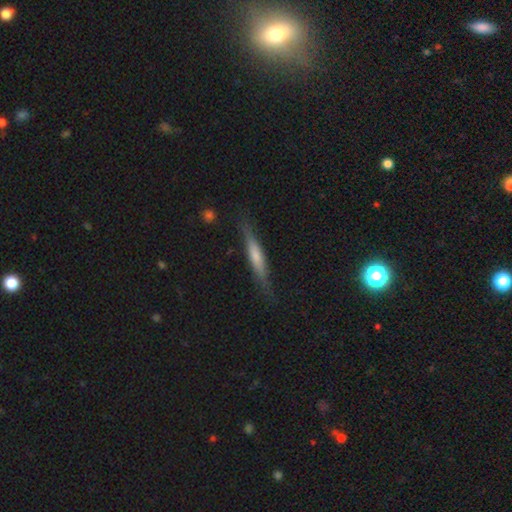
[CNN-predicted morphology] smooth-or-featured: featured or disk: 49% | smooth: 44% | star or artifact: 7%
  merging: none: 83% | minor disturbance: 13% | major disturbance: 3% | merger: 1%